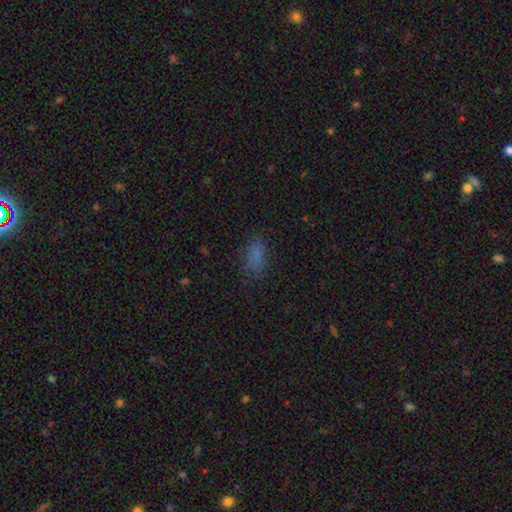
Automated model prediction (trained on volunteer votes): Smooth or featured? smooth (76%)
How rounded? in between (86%)
Merging? none (71%)